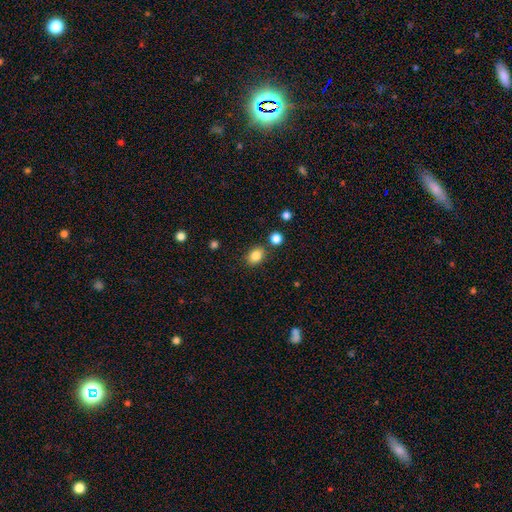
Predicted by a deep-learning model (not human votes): Smooth or featured? Predicted: smooth (p=0.84). How rounded? Predicted: in between (p=0.63). Merging? Predicted: none (p=0.81).